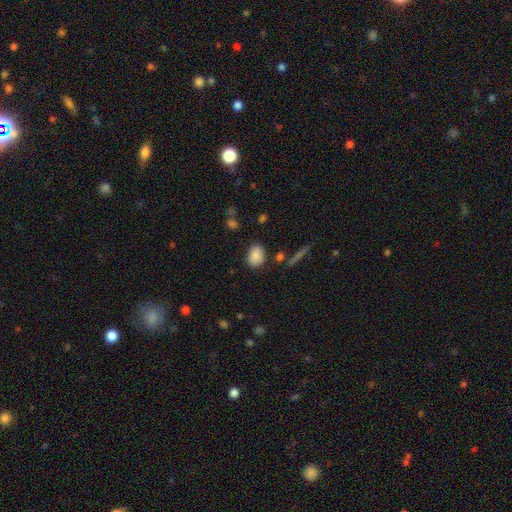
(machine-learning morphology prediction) Q: Smooth or featured?
A: smooth (84%); runner-up: star or artifact (9%)
Q: How rounded?
A: in between (73%); runner-up: round (26%)
Q: Merging?
A: none (82%); runner-up: minor disturbance (11%)